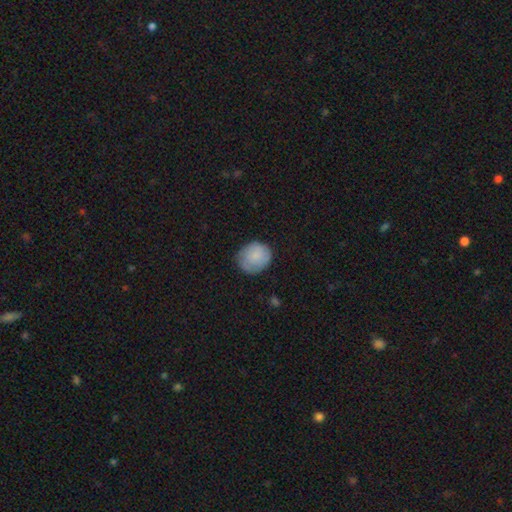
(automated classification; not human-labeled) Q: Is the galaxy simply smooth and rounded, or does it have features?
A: smooth — 80%.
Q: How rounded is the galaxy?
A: round — 78%.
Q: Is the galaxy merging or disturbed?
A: none — 72%.